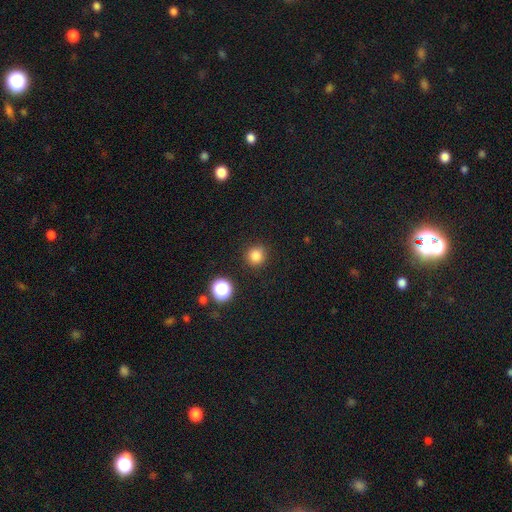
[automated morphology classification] type=smooth (82%); roundness=round (92%); merging=none (88%).